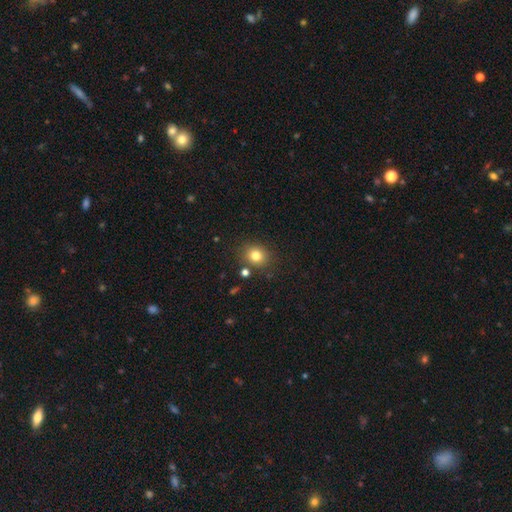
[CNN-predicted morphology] Smooth or featured? Predicted: smooth (p=0.80). How rounded? Predicted: round (p=0.68). Merging? Predicted: none (p=0.82).